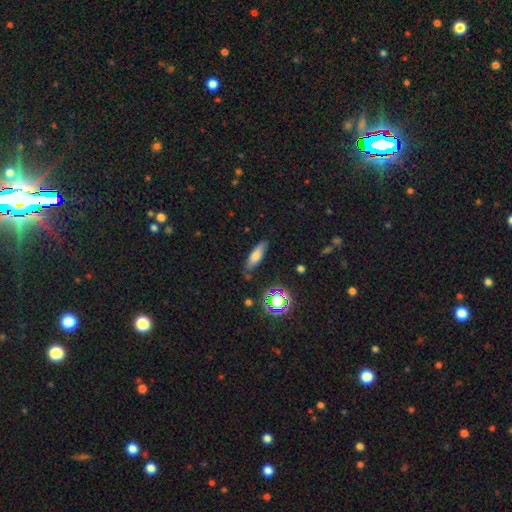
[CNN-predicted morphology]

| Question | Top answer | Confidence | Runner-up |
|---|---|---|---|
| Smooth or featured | smooth | 70% | featured or disk (18%) |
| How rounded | in between | 50% | cigar-shaped (47%) |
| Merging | none | 80% | minor disturbance (14%) |